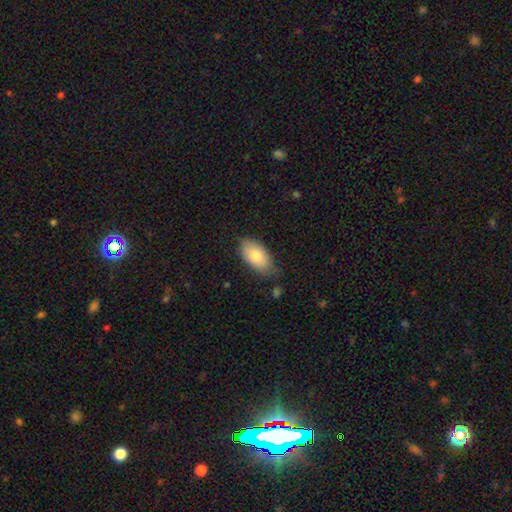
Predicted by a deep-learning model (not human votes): Overall: smooth (81%). How rounded: in between (94%). Merging: none (71%).